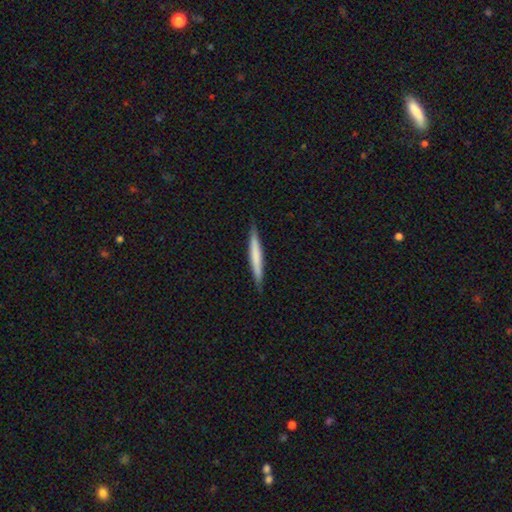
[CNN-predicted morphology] A smooth galaxy with no disk features (59%) that is cigar-shaped (96%). Merging: none (90%).